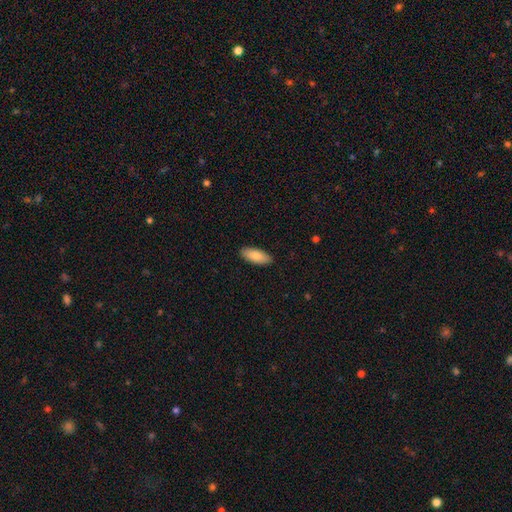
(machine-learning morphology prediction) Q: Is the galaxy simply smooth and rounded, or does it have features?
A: smooth — 85%.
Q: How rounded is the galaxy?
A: in between — 82%.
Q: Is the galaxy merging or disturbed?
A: none — 89%.